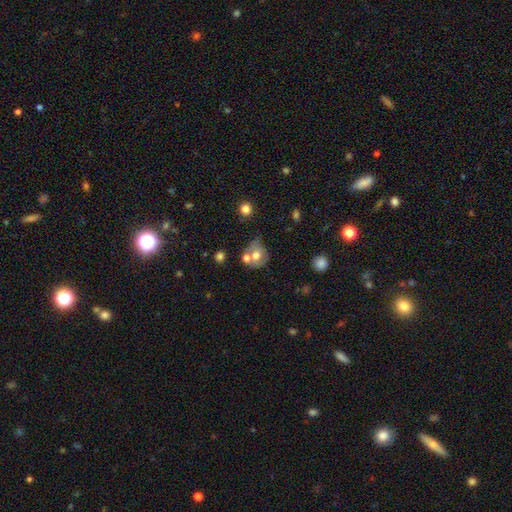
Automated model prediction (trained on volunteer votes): smooth 62%, featured or disk 27%, star or artifact 11%. Down the decision tree: how rounded — round (71%); merging — merger (37%).